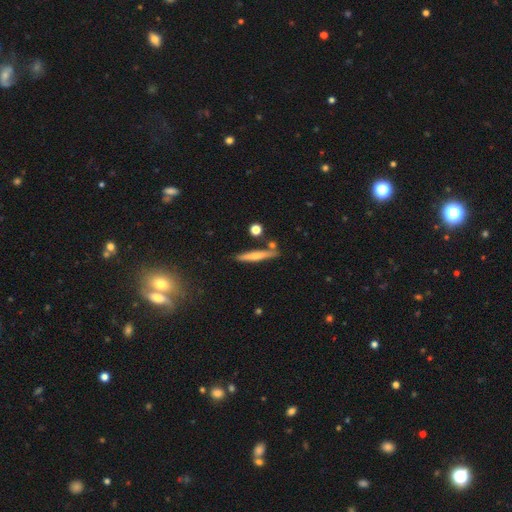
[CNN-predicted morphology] type=smooth (51%); roundness=cigar-shaped (91%); merging=none (81%).